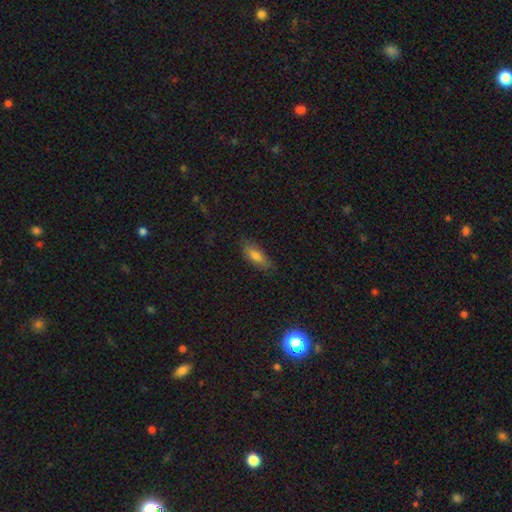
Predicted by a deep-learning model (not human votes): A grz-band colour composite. It shows a smooth galaxy with no disk features (76%) that is in between round and cigar-shaped (67%). Merging: none (82%).